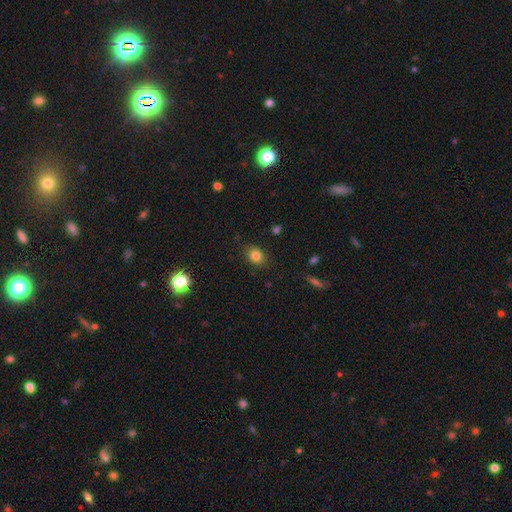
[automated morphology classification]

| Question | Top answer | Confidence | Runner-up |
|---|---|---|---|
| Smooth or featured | smooth | 82% | star or artifact (12%) |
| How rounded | in between | 53% | round (46%) |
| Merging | none | 85% | minor disturbance (11%) |